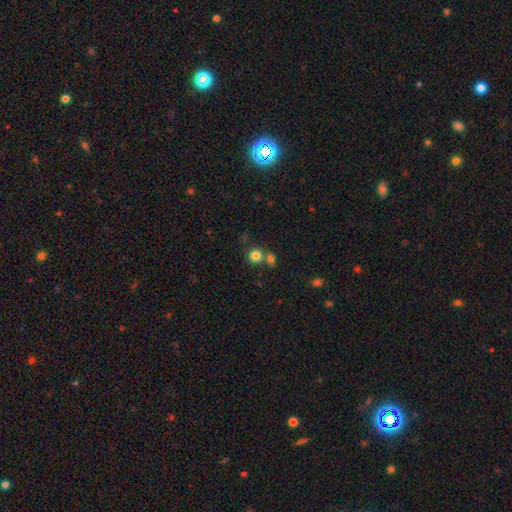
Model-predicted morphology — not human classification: The model was most divided on "merging": none: 62%, merger: 28%, minor disturbance: 8%, major disturbance: 3%. More confident: how rounded — round (90%); smooth or featured — smooth (81%).